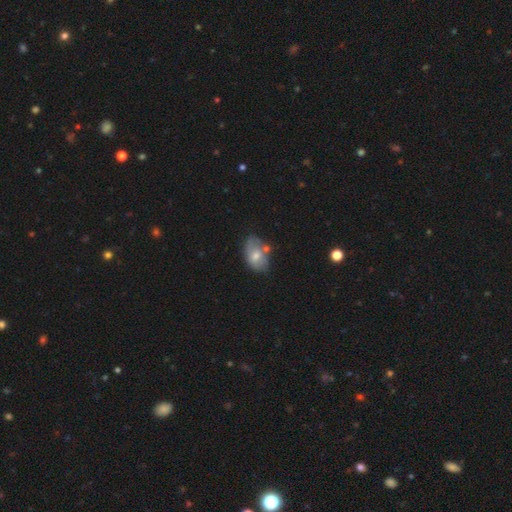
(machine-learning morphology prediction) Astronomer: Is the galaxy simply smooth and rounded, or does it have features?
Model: smooth — 57% (runner-up: featured or disk, 33%).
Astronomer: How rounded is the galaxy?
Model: in between — 83%.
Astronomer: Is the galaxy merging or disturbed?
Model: none — 49% (runner-up: minor disturbance, 29%).